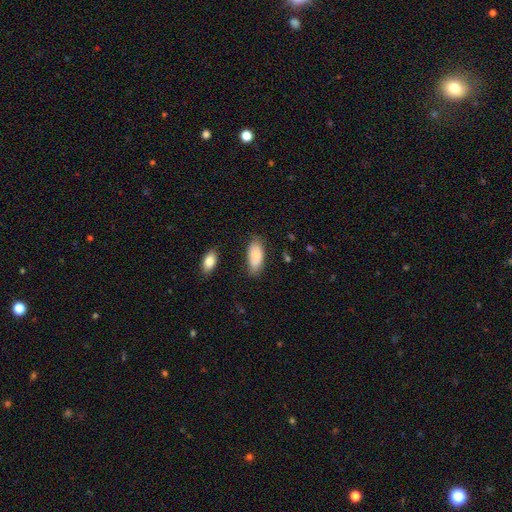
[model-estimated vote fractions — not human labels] Q: Smooth or featured?
A: smooth (77%); runner-up: featured or disk (16%)
Q: How rounded?
A: in between (91%); runner-up: cigar-shaped (7%)
Q: Merging?
A: none (70%); runner-up: minor disturbance (22%)